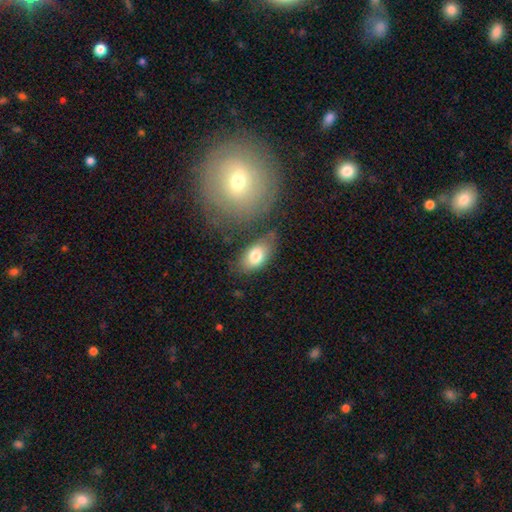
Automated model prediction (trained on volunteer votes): Smooth or featured?
  - smooth: 78% *
  - featured or disk: 15%
  - star or artifact: 7%
How rounded?
  - in between: 89% *
  - round: 7%
  - cigar-shaped: 3%
Merging?
  - none: 66% *
  - minor disturbance: 19%
  - merger: 9%
  - major disturbance: 6%